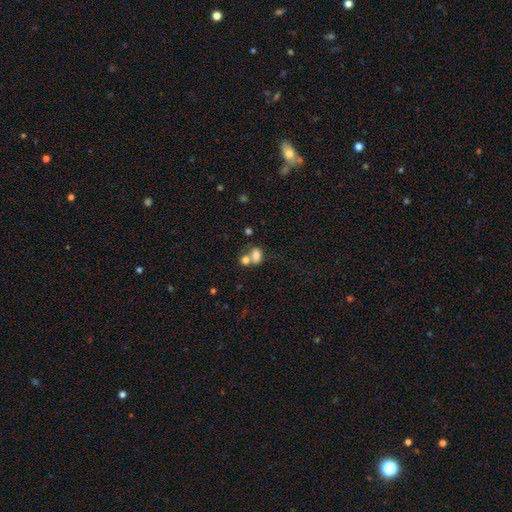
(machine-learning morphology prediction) Smooth or featured? Predicted: smooth (p=0.76). How rounded? Predicted: in between (p=0.77). Merging? Predicted: merger (p=0.56).